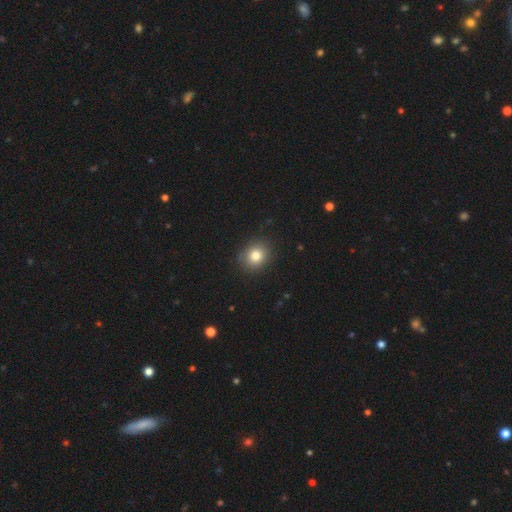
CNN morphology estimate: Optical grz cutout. It shows a smooth galaxy with no disk features (80%) that is round (73%). Merging: none (87%).